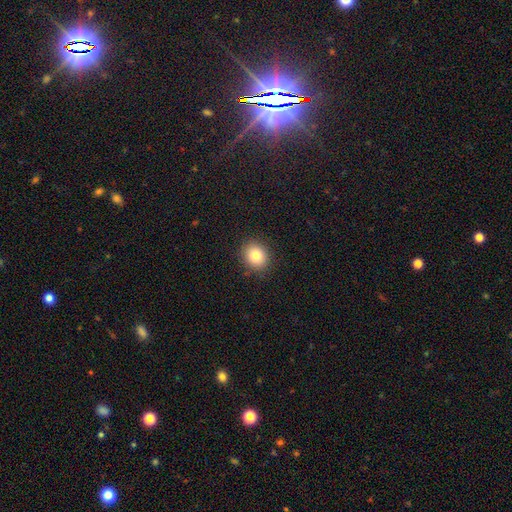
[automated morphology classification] Smooth or featured? smooth (82%)
How rounded? round (71%)
Merging? none (89%)